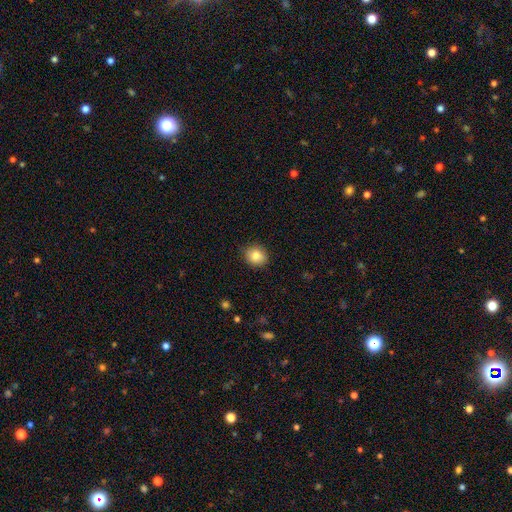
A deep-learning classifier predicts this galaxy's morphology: The model was most divided on "how rounded": round: 73%, in between: 26%, cigar-shaped: 1%. More confident: merging — none (86%); smooth or featured — smooth (85%).